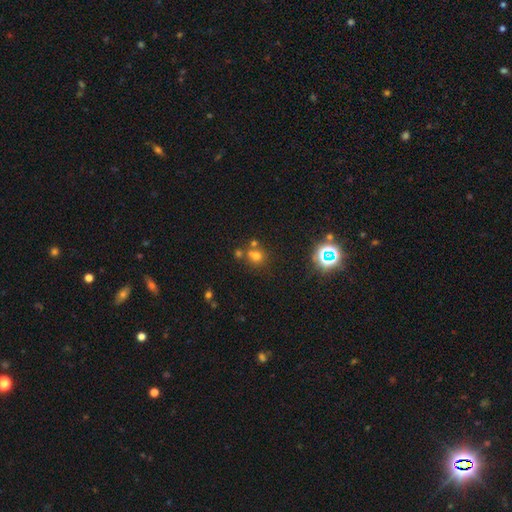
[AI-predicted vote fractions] The model was most divided on "merging": none: 57%, merger: 30%, minor disturbance: 9%, major disturbance: 4%. More confident: how rounded — round (84%); smooth or featured — smooth (63%).